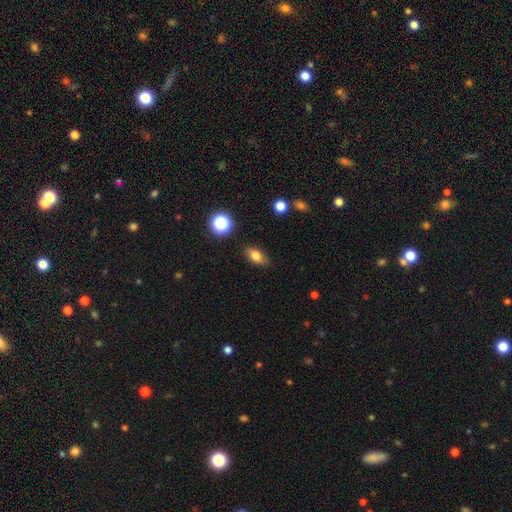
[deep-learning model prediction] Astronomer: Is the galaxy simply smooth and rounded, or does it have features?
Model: smooth — 78%.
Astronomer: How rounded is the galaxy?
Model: in between — 82%.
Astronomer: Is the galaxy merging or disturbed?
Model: none — 86%.